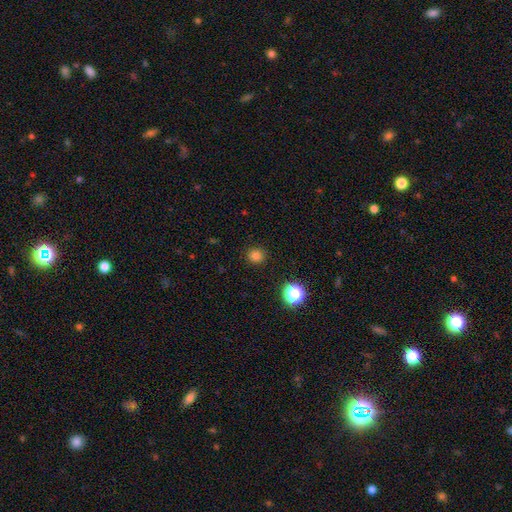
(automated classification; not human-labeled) smooth 81%, star or artifact 15%, featured or disk 4%. Down the decision tree: how rounded — round (92%); merging — none (91%).